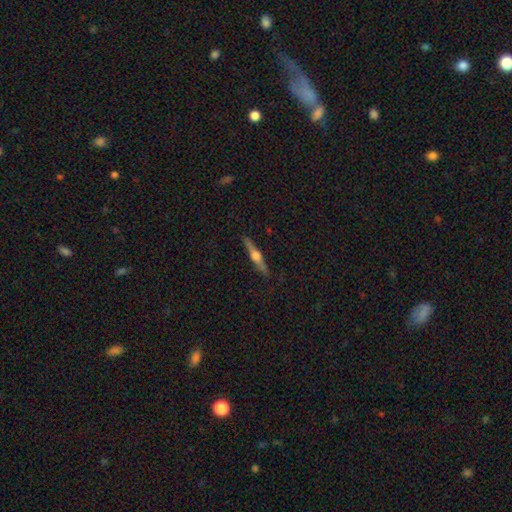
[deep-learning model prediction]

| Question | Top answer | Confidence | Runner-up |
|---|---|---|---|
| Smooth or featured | featured or disk | 73% | smooth (21%) |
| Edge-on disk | yes | 98% | no (2%) |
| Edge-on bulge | rounded | 92% | boxy (5%) |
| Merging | none | 90% | minor disturbance (7%) |